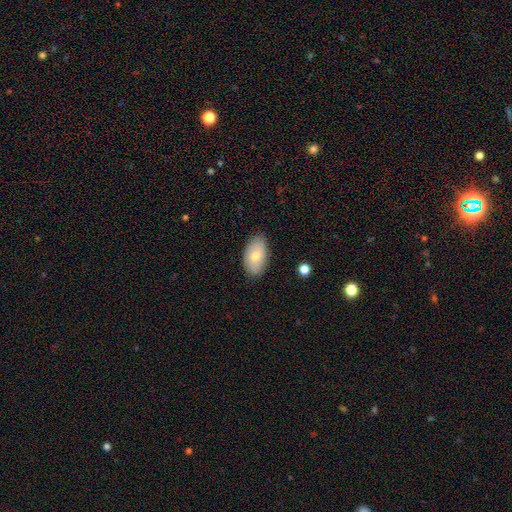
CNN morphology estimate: smooth-or-featured: smooth: 70% | featured or disk: 23% | star or artifact: 7%
  how-rounded: in between: 93% | round: 5% | cigar-shaped: 2%
  merging: none: 83% | minor disturbance: 13% | major disturbance: 3% | merger: 1%